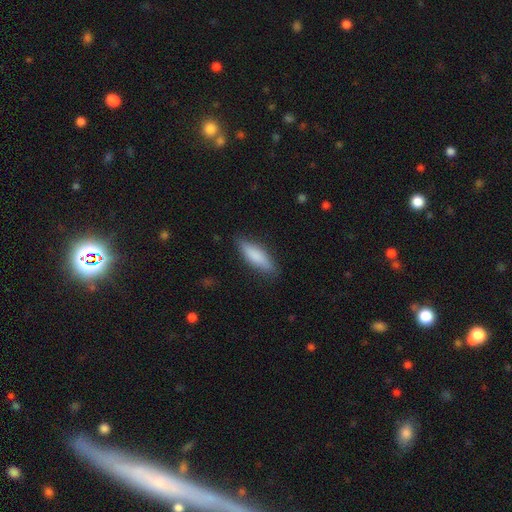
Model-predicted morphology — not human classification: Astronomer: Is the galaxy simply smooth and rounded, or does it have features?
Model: smooth — 80%.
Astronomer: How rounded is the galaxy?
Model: cigar-shaped — 54% (runner-up: in between, 44%).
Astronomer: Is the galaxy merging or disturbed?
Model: none — 83%.